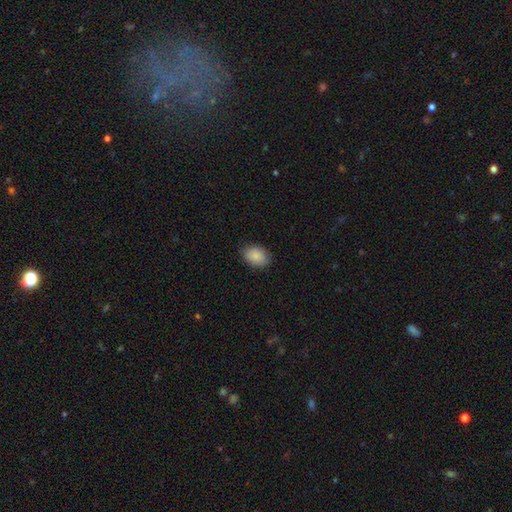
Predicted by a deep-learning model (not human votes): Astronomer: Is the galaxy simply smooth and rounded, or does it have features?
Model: smooth — 87%.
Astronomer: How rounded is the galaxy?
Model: in between — 77%.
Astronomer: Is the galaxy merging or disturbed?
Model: none — 85%.